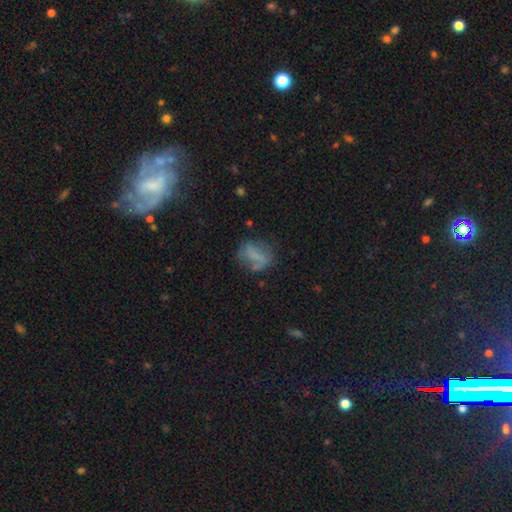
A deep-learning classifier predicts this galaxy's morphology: Smooth or featured? Predicted: smooth (p=0.51). How rounded? Predicted: in between (p=0.59). Merging? Predicted: none (p=0.52).